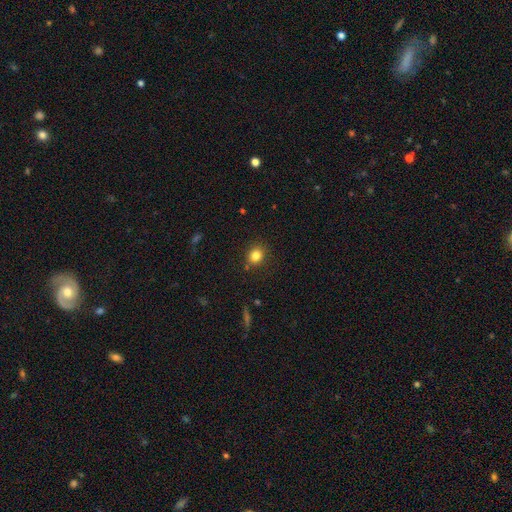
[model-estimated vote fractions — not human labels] Q: Smooth or featured?
A: smooth (82%); runner-up: star or artifact (12%)
Q: How rounded?
A: round (72%); runner-up: in between (27%)
Q: Merging?
A: none (85%); runner-up: minor disturbance (10%)